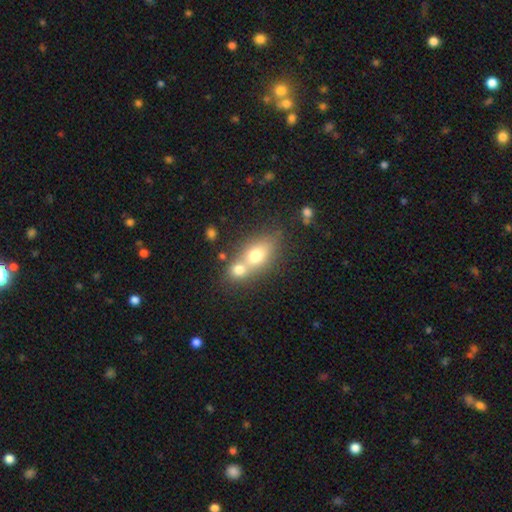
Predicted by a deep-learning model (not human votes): smooth_or_featured: smooth (p=0.67) [alt: featured or disk p=0.23]
how_rounded: in between (p=0.65) [alt: round p=0.27]
merging: merger (p=0.57) [alt: none p=0.32]